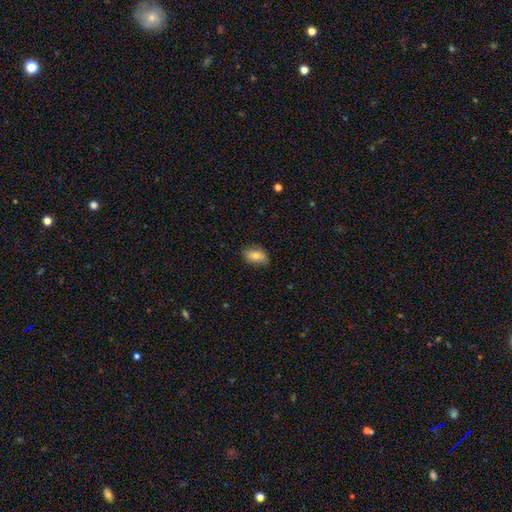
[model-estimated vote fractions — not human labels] smooth_or_featured: smooth (p=0.75) [alt: featured or disk p=0.17]
how_rounded: in between (p=0.84) [alt: round p=0.14]
merging: none (p=0.80) [alt: minor disturbance p=0.16]